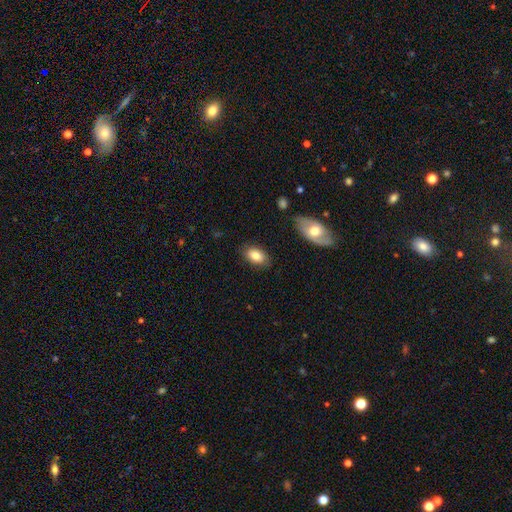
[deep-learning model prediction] This is likely a smooth galaxy (80%). How rounded: clearly in between (89%). Merging: clearly none (83%).